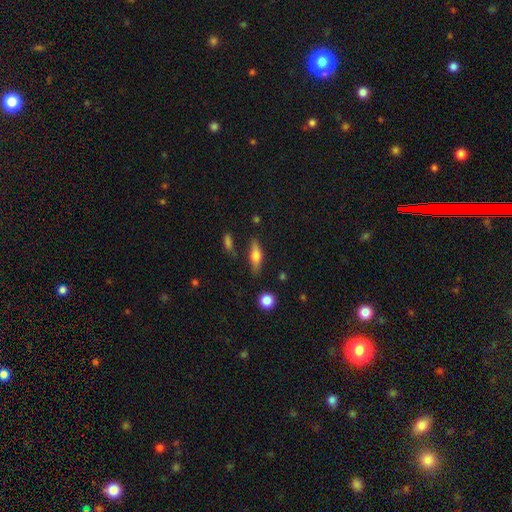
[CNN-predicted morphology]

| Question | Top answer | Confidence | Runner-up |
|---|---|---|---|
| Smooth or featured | smooth | 58% | featured or disk (34%) |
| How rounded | in between | 54% | cigar-shaped (42%) |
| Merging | none | 77% | minor disturbance (15%) |